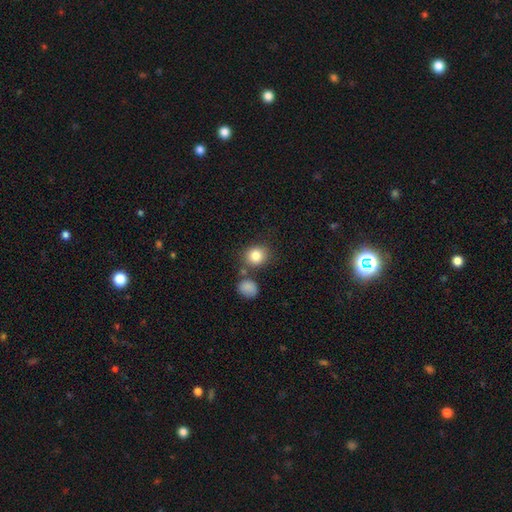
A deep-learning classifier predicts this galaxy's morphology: Overall: smooth (84%). How rounded: round (76%). Merging: none (68%).